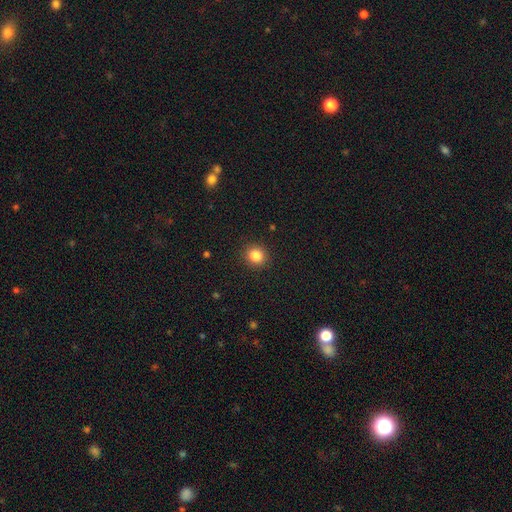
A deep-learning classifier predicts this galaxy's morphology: A smooth galaxy with no disk features (85%) that is round (85%). Merging: none (91%).